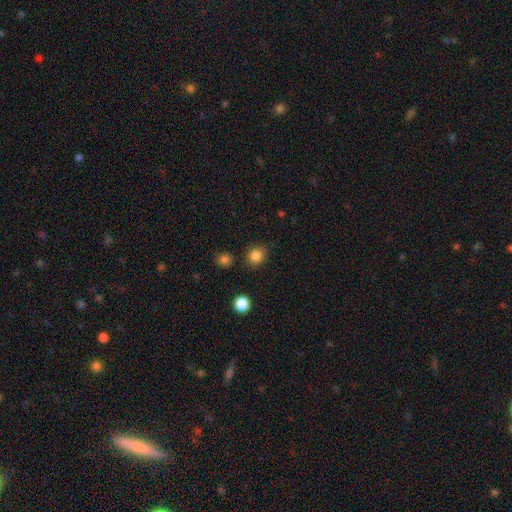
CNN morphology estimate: Smooth or featured? smooth (83%)
How rounded? round (79%)
Merging? none (84%)